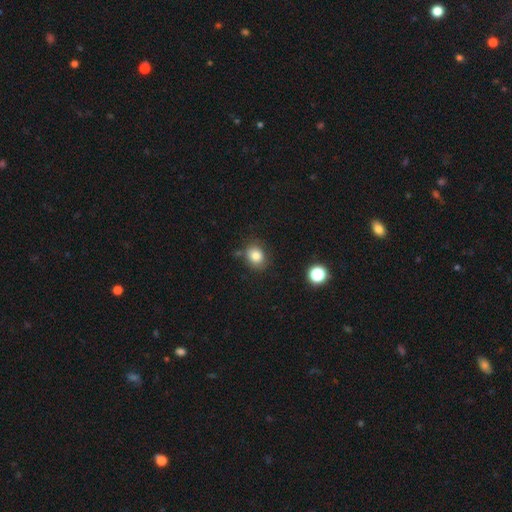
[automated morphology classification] This is clearly a smooth galaxy (82%). How rounded: likely round (62%). Merging: likely none (74%).